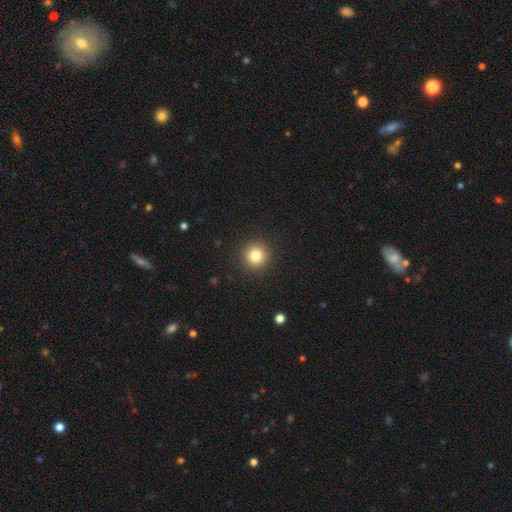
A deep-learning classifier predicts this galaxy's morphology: smooth-or-featured: smooth: 82% | star or artifact: 11% | featured or disk: 7%
  how-rounded: round: 94% | in between: 5% | cigar-shaped: 1%
  merging: none: 92% | minor disturbance: 5% | major disturbance: 2% | merger: 1%